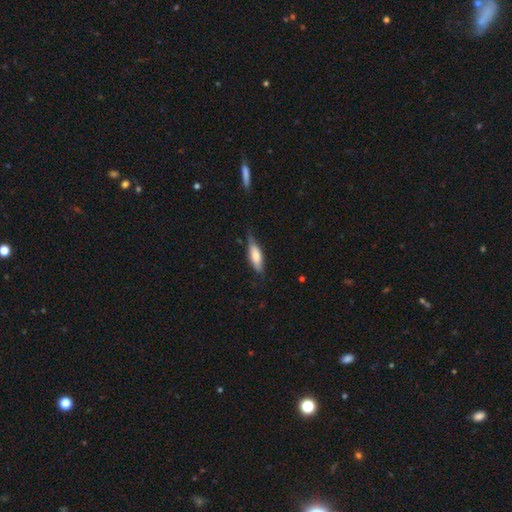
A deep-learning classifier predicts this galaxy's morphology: type=smooth (69%); roundness=in between (56%); merging=none (60%).